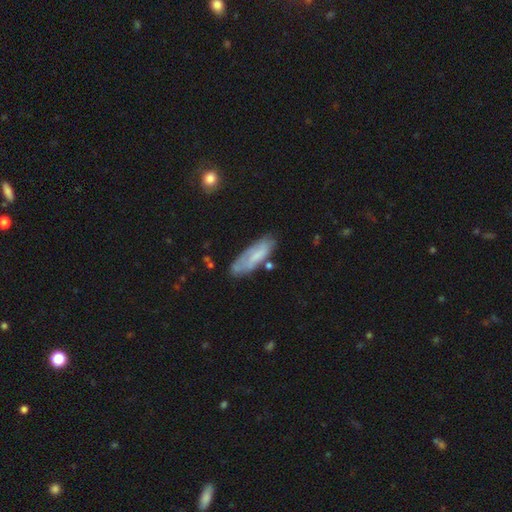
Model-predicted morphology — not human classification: Smooth or featured?
  - smooth: 58% *
  - featured or disk: 35%
  - star or artifact: 7%
How rounded?
  - in between: 53% *
  - cigar-shaped: 45%
  - round: 2%
Merging?
  - none: 63% *
  - minor disturbance: 25%
  - major disturbance: 8%
  - merger: 4%